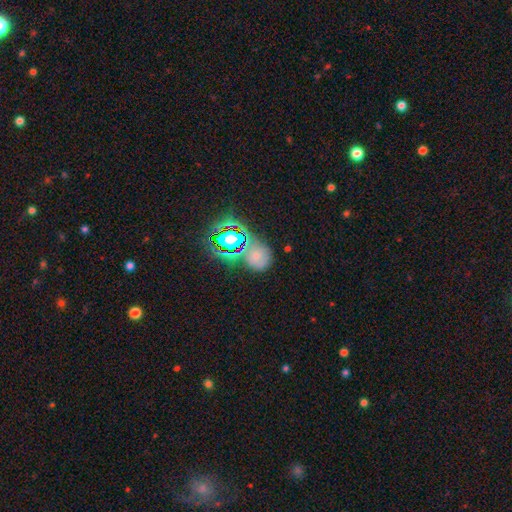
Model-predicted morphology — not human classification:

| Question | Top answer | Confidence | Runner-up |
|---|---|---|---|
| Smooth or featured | smooth | 51% | star or artifact (33%) |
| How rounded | round | 71% | in between (28%) |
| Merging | none | 64% | minor disturbance (18%) |